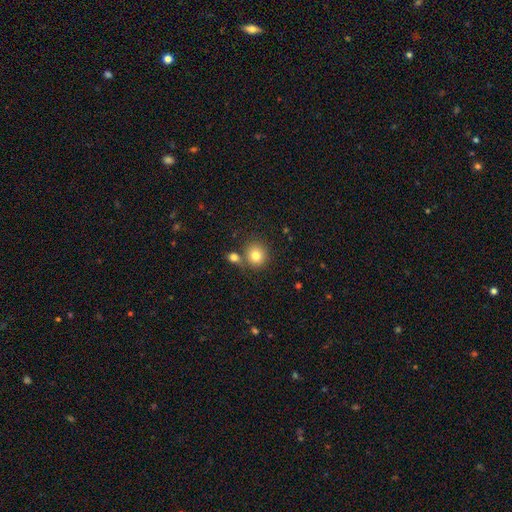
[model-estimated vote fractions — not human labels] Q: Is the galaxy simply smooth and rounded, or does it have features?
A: smooth — 80%.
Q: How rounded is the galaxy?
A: round — 89%.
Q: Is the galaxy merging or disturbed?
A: none — 69%.